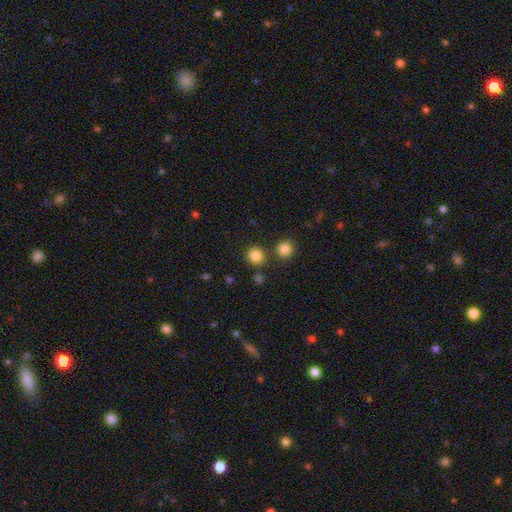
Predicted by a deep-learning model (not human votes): Overall: smooth (84%). How rounded: round (88%). Merging: none (82%).